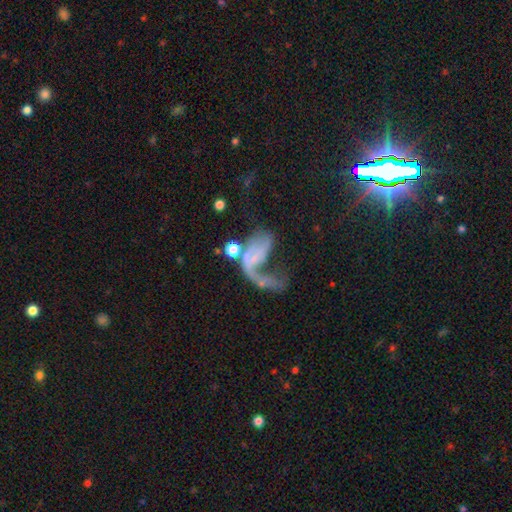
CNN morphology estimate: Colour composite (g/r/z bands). It shows a featured or disk galaxy (64%) with no bar (71%), spiral arms (64%) and no central bulge (50%). Merging: major disturbance (45%).